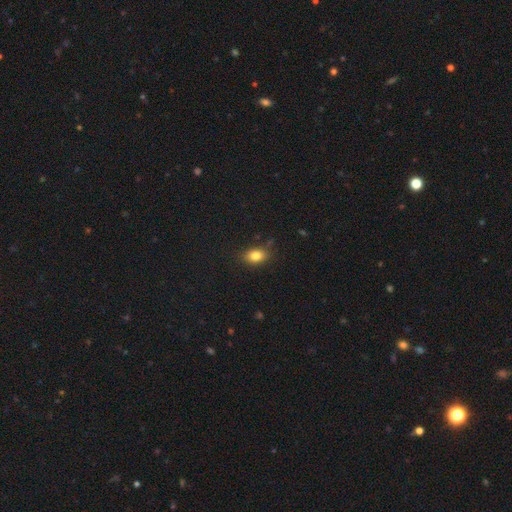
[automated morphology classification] smooth-or-featured: smooth: 81% | star or artifact: 11% | featured or disk: 8%
  how-rounded: in between: 75% | round: 23% | cigar-shaped: 2%
  merging: none: 79% | minor disturbance: 16% | major disturbance: 4% | merger: 2%